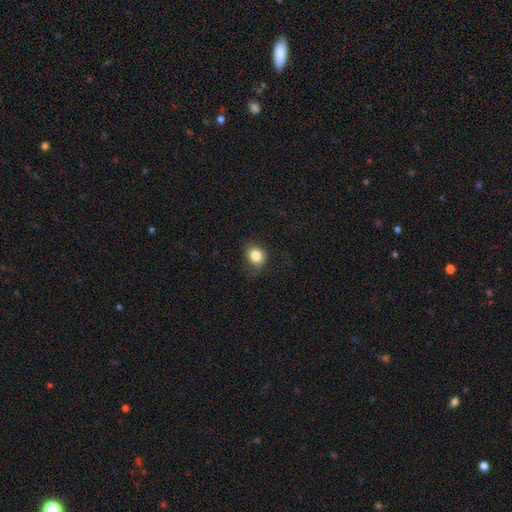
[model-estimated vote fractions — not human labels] This appears to be a smooth galaxy with no disk features (83%) that is round (64%). Merging: none (73%).